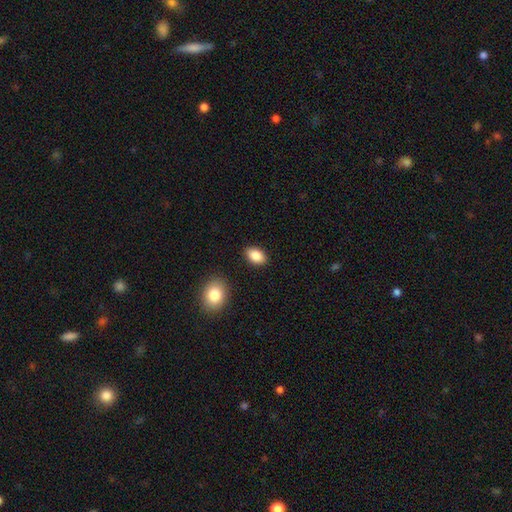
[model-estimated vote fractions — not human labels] Smooth or featured?
  - smooth: 87% *
  - star or artifact: 8%
  - featured or disk: 6%
How rounded?
  - in between: 89% *
  - round: 10%
  - cigar-shaped: 1%
Merging?
  - none: 88% *
  - minor disturbance: 8%
  - major disturbance: 2%
  - merger: 2%